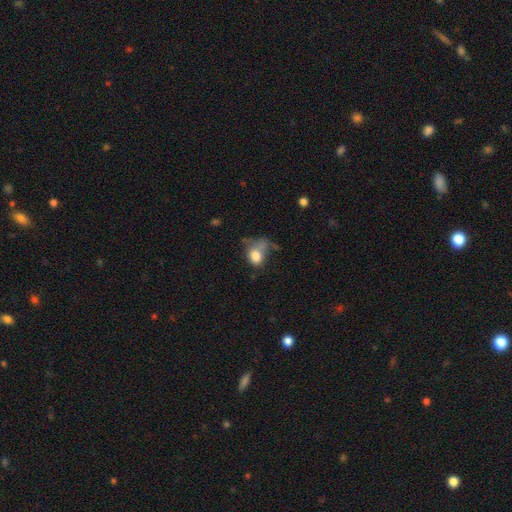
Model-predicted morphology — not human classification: Q: Smooth or featured?
A: smooth (76%); runner-up: featured or disk (13%)
Q: How rounded?
A: in between (58%); runner-up: round (40%)
Q: Merging?
A: major disturbance (33%); runner-up: none (27%)